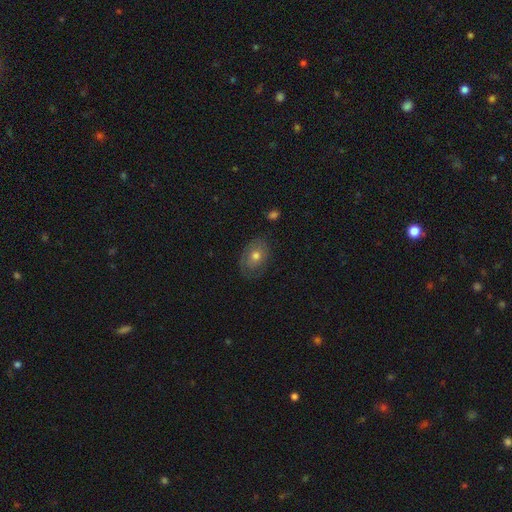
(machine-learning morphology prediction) The model was most divided on "smooth or featured": smooth: 48%, featured or disk: 43%, star or artifact: 9%. More confident: merging — none (72%).